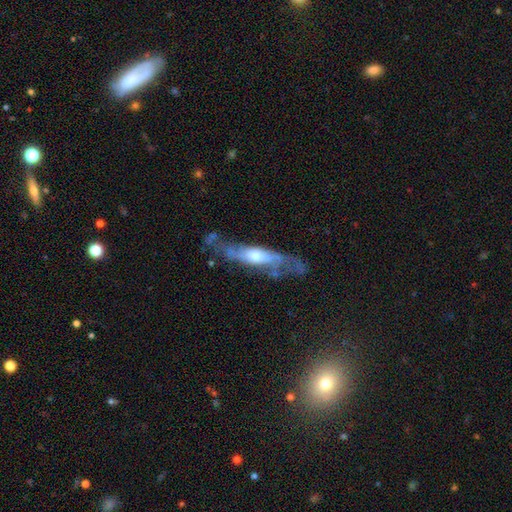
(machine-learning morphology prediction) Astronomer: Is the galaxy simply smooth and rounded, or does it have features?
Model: featured or disk — 73%.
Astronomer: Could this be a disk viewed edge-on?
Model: no — 55% (runner-up: yes, 45%).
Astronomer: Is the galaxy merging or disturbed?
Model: none — 52%.